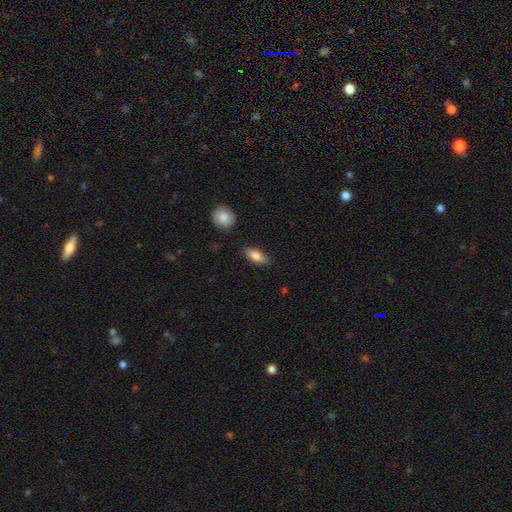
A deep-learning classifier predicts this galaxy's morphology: A smooth galaxy with no disk features (81%) that is in between round and cigar-shaped (75%).

Vote fractions:
- Smooth or featured? smooth: 81% / featured or disk: 13% / star or artifact: 6%
- How rounded? in between: 75% / cigar-shaped: 22% / round: 3%
- Merging? none: 83% / minor disturbance: 12% / major disturbance: 3% / merger: 2%